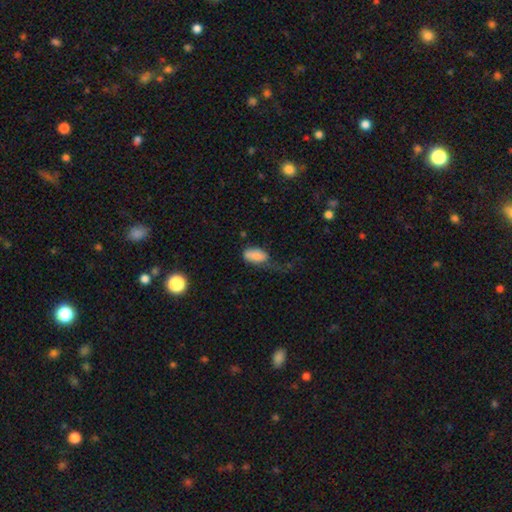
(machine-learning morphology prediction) A smooth galaxy with no disk features (81%) that is in between round and cigar-shaped (92%). Merging: major disturbance (39%).